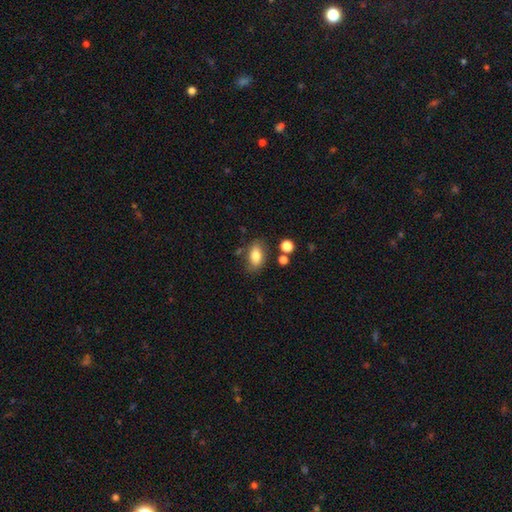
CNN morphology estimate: Smooth or featured? Predicted: smooth (p=0.81). How rounded? Predicted: in between (p=0.87). Merging? Predicted: none (p=0.75).